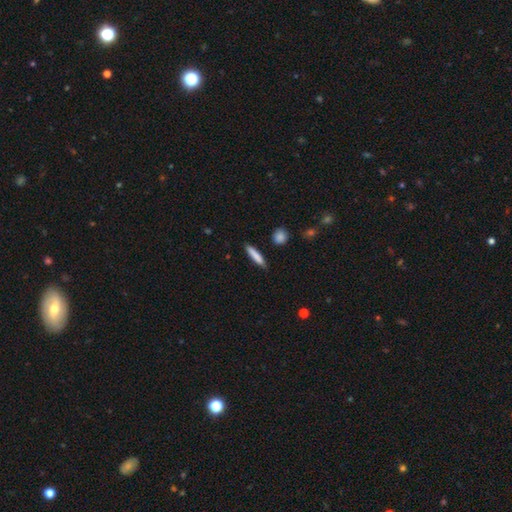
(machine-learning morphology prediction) A smooth galaxy with no disk features (82%) that is cigar-shaped (89%). Merging: none (87%).